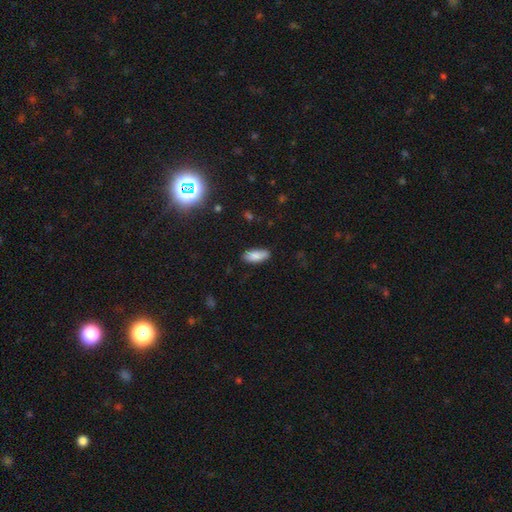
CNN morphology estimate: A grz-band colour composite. It shows a smooth galaxy with no disk features (85%) that is in between round and cigar-shaped (80%). Merging: none (80%).